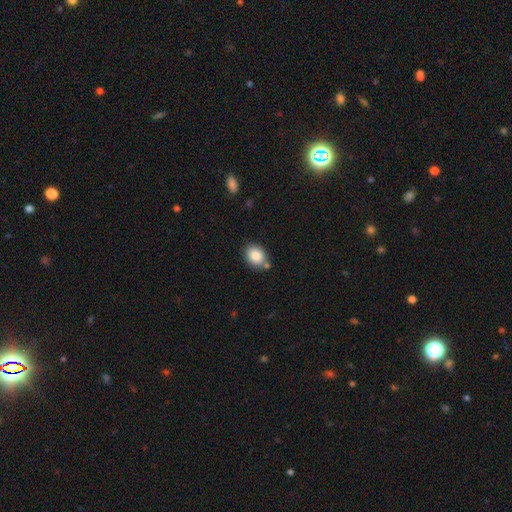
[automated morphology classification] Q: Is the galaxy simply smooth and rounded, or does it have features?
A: smooth — 85%.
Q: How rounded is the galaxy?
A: in between — 57%.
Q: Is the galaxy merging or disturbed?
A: none — 74%.